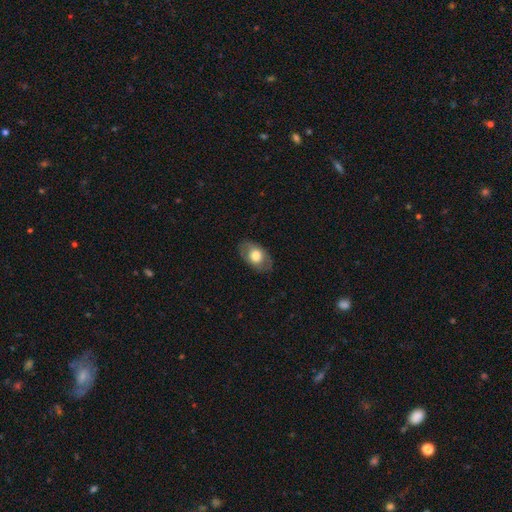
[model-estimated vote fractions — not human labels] smooth-or-featured: smooth: 60% | featured or disk: 33% | star or artifact: 6%
  how-rounded: in between: 87% | round: 12% | cigar-shaped: 2%
  merging: none: 80% | minor disturbance: 14% | major disturbance: 5% | merger: 1%